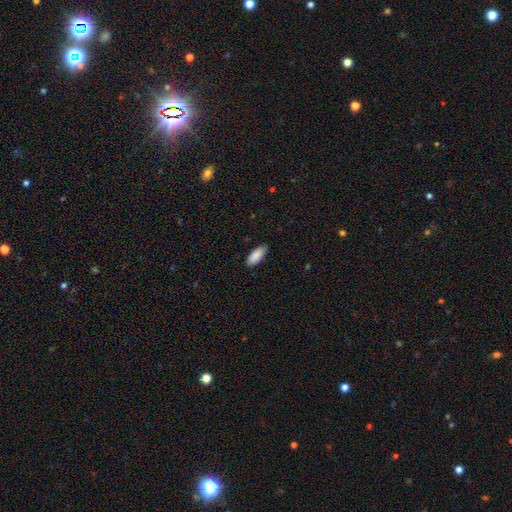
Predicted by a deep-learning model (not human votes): This appears to be a smooth galaxy with no disk features (90%) that is in between round and cigar-shaped (84%). Merging: none (87%).